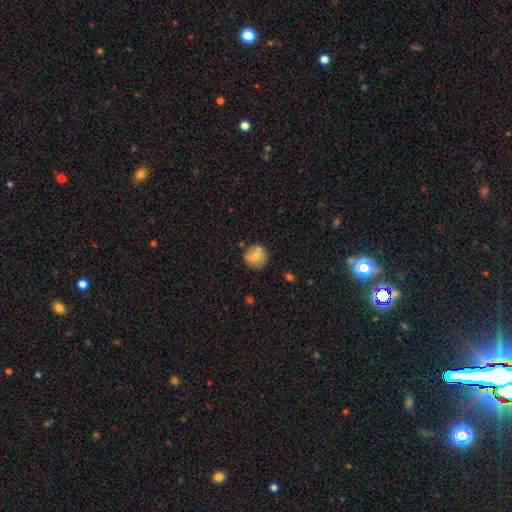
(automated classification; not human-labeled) smooth_or_featured: smooth (p=0.65) [alt: featured or disk p=0.27]
how_rounded: round (p=0.90) [alt: in between p=0.09]
merging: none (p=0.68) [alt: minor disturbance p=0.14]